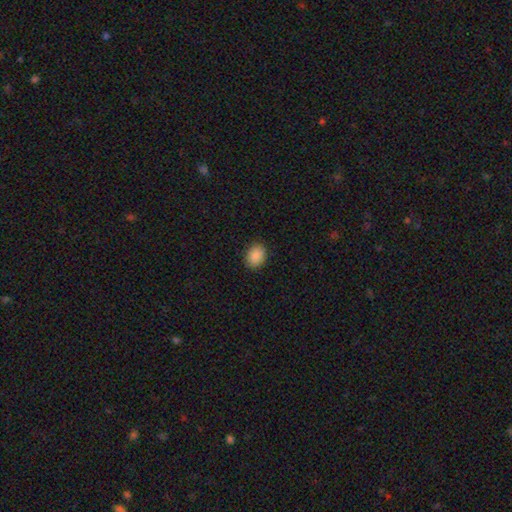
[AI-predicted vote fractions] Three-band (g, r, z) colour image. It shows a smooth galaxy with no disk features (89%) that is in between round and cigar-shaped (55%). Merging: none (89%).